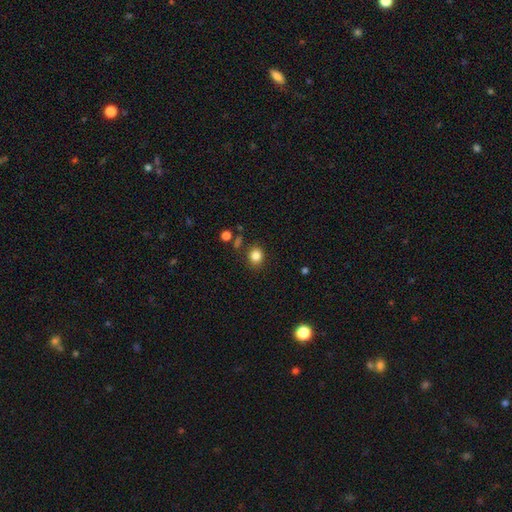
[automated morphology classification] Overall: smooth (84%). How rounded: round (68%; in between 31%). Merging: none (84%).